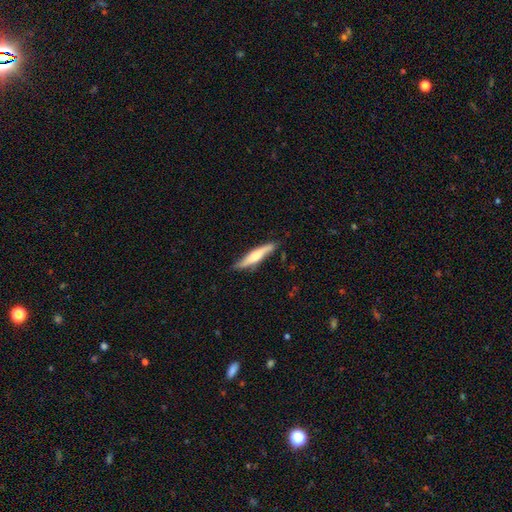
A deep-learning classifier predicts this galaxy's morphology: Overall: smooth (52%; featured or disk 43%). How rounded: cigar-shaped (87%). Merging: none (76%).